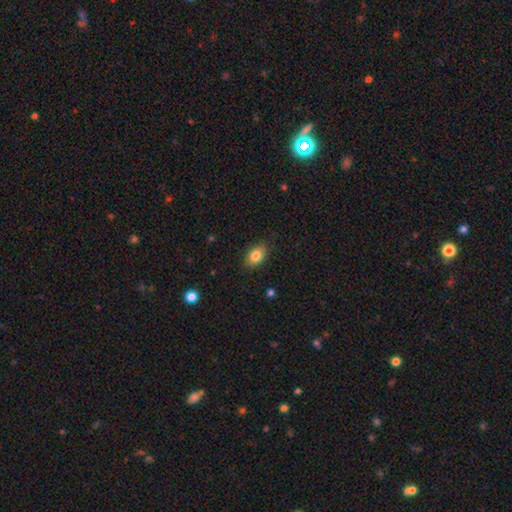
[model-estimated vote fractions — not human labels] Smooth or featured? smooth (83%)
How rounded? in between (83%)
Merging? none (85%)